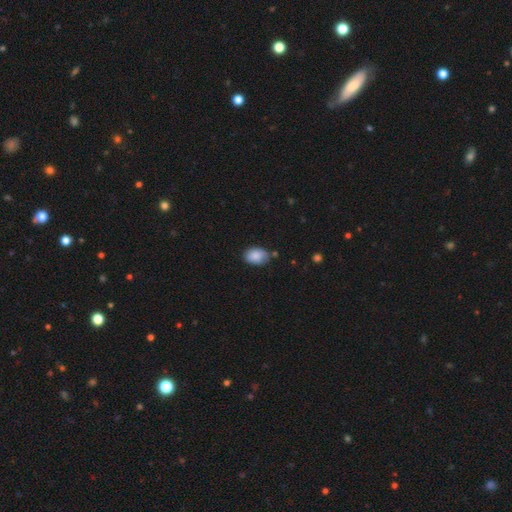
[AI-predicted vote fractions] Smooth or featured? smooth (86%)
How rounded? in between (86%)
Merging? none (70%)